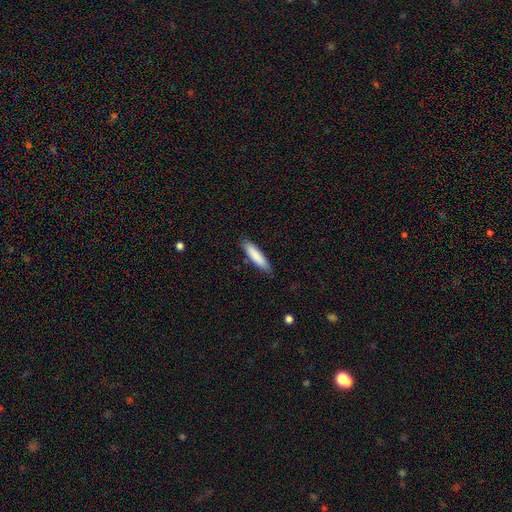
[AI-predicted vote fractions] smooth_or_featured: smooth (p=0.85) [alt: featured or disk p=0.10]
how_rounded: cigar-shaped (p=0.77) [alt: in between p=0.21]
merging: none (p=0.85) [alt: minor disturbance p=0.12]